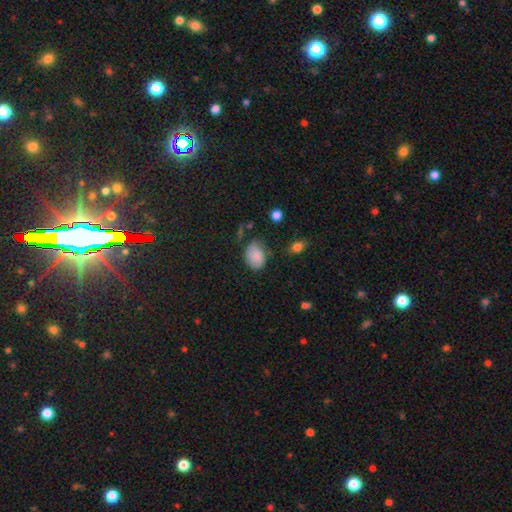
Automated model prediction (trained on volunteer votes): A smooth galaxy with no disk features (84%) that is in between round and cigar-shaped (73%).

Vote fractions:
- Smooth or featured? smooth: 84% / star or artifact: 9% / featured or disk: 8%
- How rounded? in between: 73% / round: 26% / cigar-shaped: 1%
- Merging? none: 57% / minor disturbance: 31% / major disturbance: 9% / merger: 4%